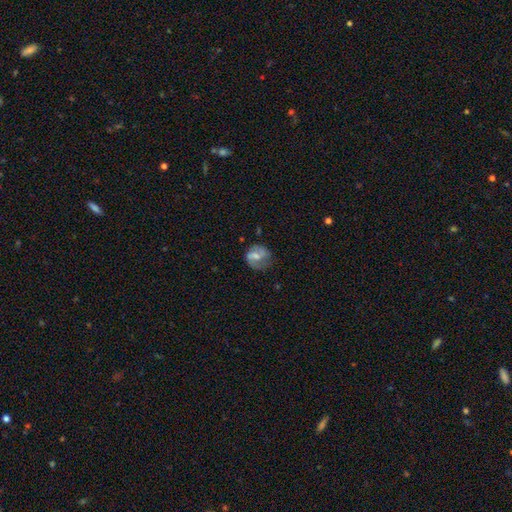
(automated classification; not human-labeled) Smooth or featured? featured or disk (52%)
Edge-on disk? no (97%)
Bar? weak (45%)
Spiral arms? yes (73%)
Bulge size? moderate (45%)
Merging? none (52%)